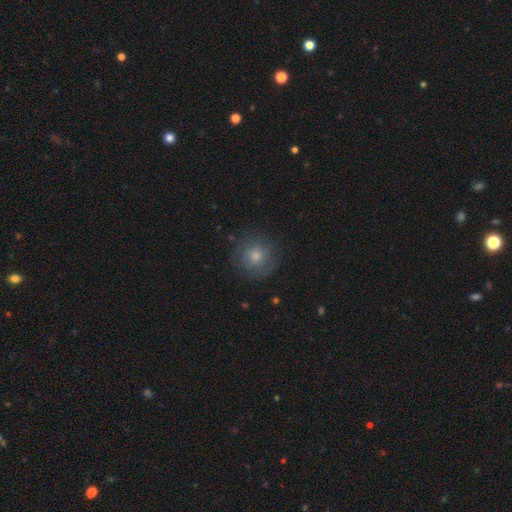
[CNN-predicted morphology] smooth_or_featured: smooth (p=0.56) [alt: featured or disk p=0.28]
how_rounded: round (p=0.93) [alt: in between p=0.06]
merging: none (p=0.82) [alt: minor disturbance p=0.12]